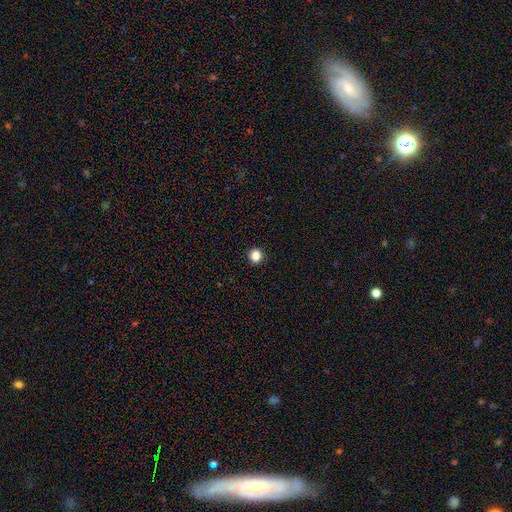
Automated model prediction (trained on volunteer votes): A smooth galaxy with no disk features (86%) that is round (90%). Merging: none (92%).